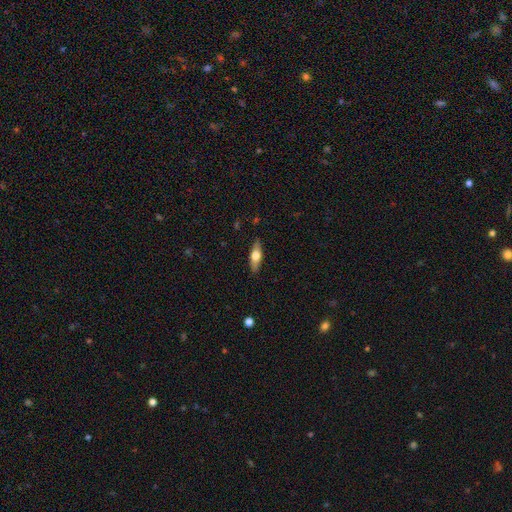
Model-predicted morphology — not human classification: Overall: smooth (53%; featured or disk 41%). How rounded: in between (51%; cigar-shaped 45%). Merging: none (87%).